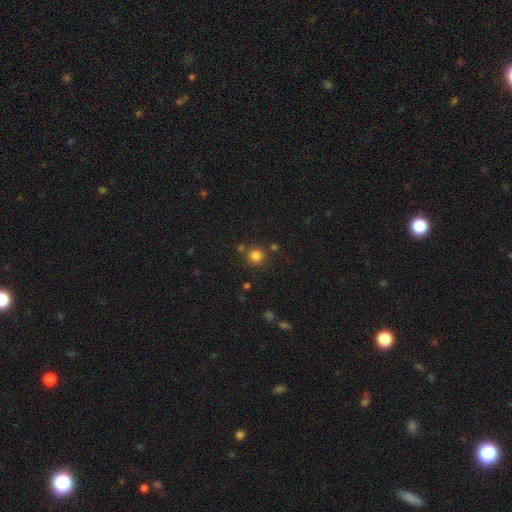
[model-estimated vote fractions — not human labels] A smooth galaxy with no disk features (81%) that is round (93%). Merging: none (79%).